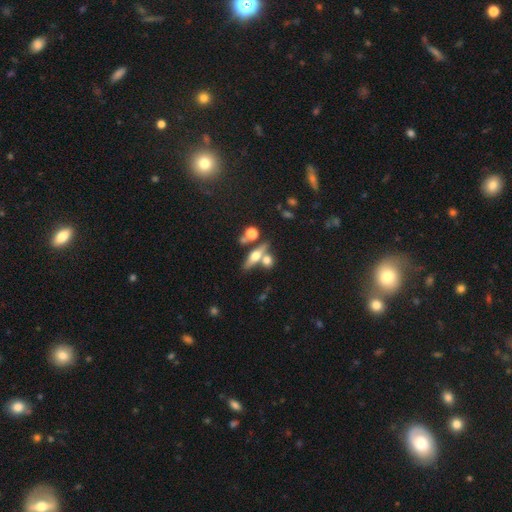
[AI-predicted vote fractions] Q: Smooth or featured?
A: featured or disk (51%); runner-up: smooth (40%)
Q: Edge-on disk?
A: yes (85%); runner-up: no (15%)
Q: Merging?
A: none (59%); runner-up: merger (27%)